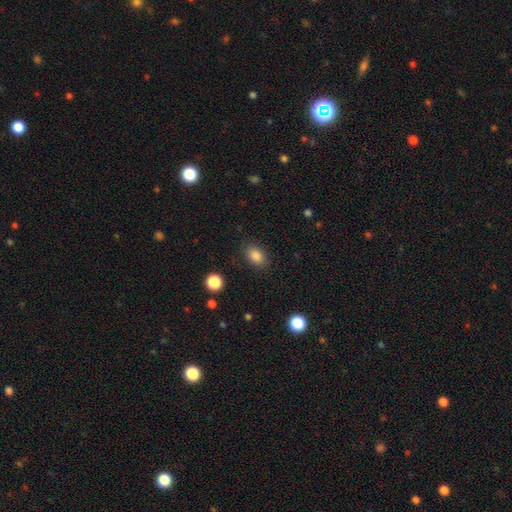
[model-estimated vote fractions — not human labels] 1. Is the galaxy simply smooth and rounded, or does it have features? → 85% smooth, 10% star or artifact, 5% featured or disk.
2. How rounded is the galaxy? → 72% in between, 27% round, 1% cigar-shaped.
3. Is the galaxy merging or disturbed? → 85% none, 10% minor disturbance, 3% major disturbance, 1% merger.